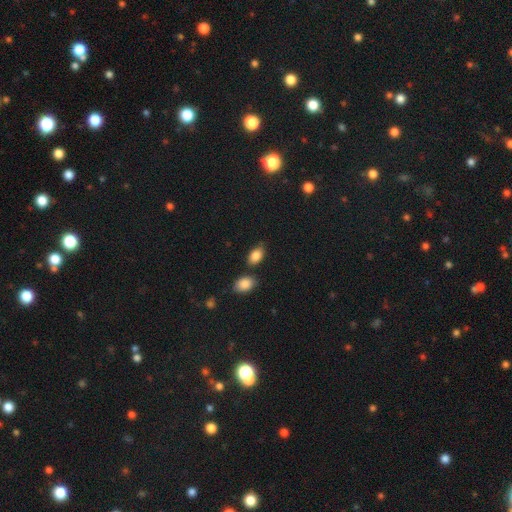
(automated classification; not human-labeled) A smooth galaxy with no disk features (87%) that is in between round and cigar-shaped (88%).

Vote fractions:
- Smooth or featured? smooth: 87% / star or artifact: 8% / featured or disk: 5%
- How rounded? in between: 88% / round: 10% / cigar-shaped: 2%
- Merging? none: 69% / minor disturbance: 18% / merger: 9% / major disturbance: 4%